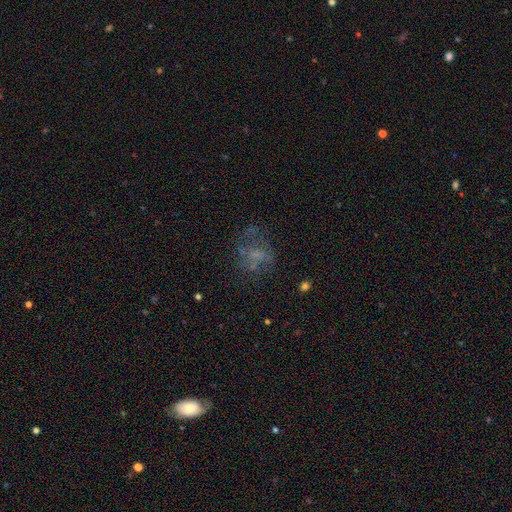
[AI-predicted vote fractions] Morphology: type=featured or disk (46%); merging=none (51%).